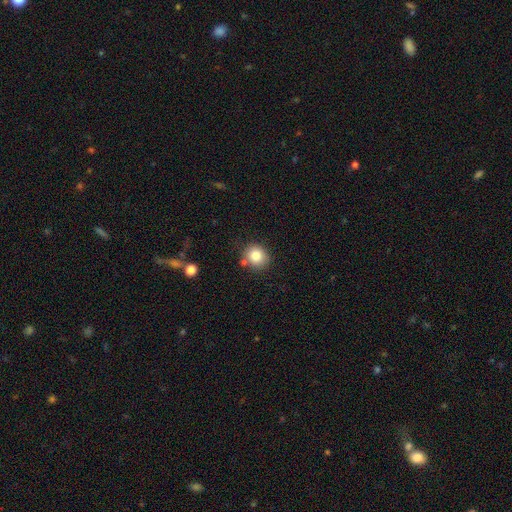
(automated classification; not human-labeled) Morphology: type=smooth (82%); roundness=round (80%); merging=none (78%).